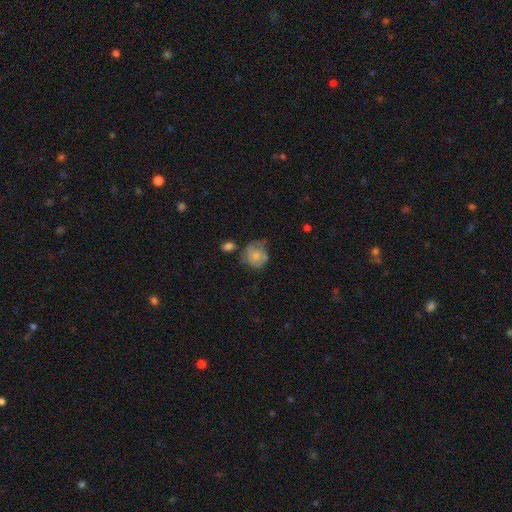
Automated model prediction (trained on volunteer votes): This is likely a smooth galaxy (67%). How rounded: likely round (76%). Merging: marginally none (43%).